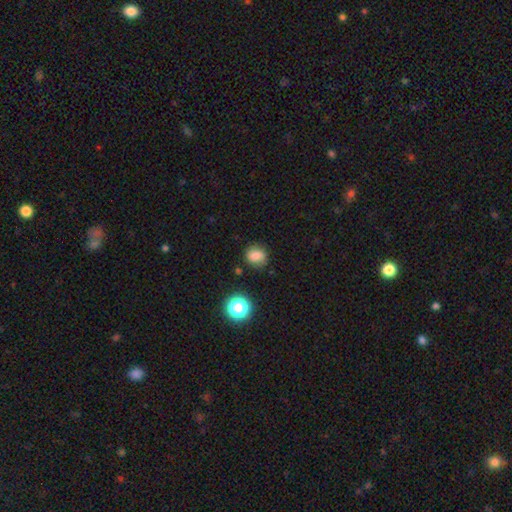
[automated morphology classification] smooth-or-featured: smooth: 79% | star or artifact: 14% | featured or disk: 8%
  how-rounded: round: 62% | in between: 37% | cigar-shaped: 1%
  merging: none: 78% | minor disturbance: 16% | major disturbance: 4% | merger: 3%